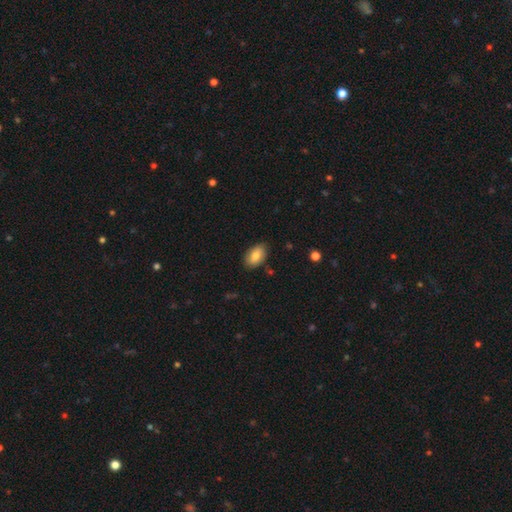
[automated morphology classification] Smooth or featured: smooth — 81% (featured or disk — 11%)
How rounded: in between — 92% (round — 6%)
Merging: none — 83% (minor disturbance — 13%)